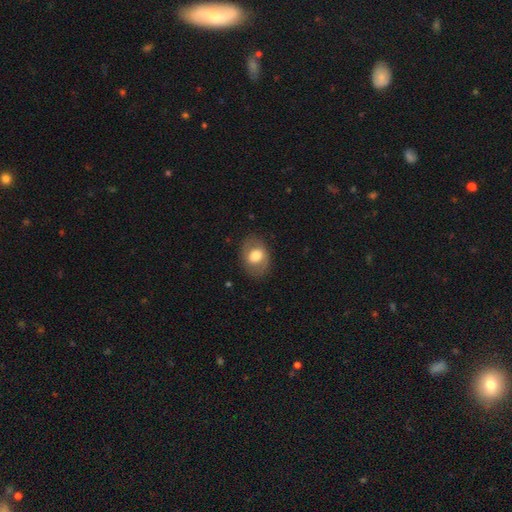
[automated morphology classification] smooth 67%, featured or disk 25%, star or artifact 7%. Down the decision tree: how rounded — in between (68%); merging — none (81%).